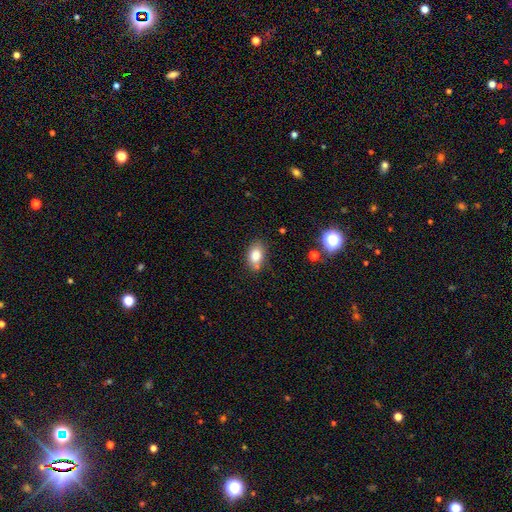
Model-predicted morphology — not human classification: Smooth or featured? Predicted: smooth (p=0.82). How rounded? Predicted: in between (p=0.84). Merging? Predicted: none (p=0.68).